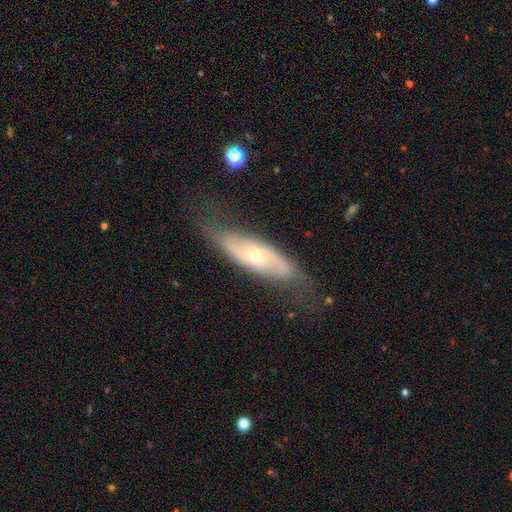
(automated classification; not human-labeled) This appears to be a featured or disk galaxy (68%) with no bar (76%), spiral arms (68%) and a small central bulge (62%). Merging: none (65%).